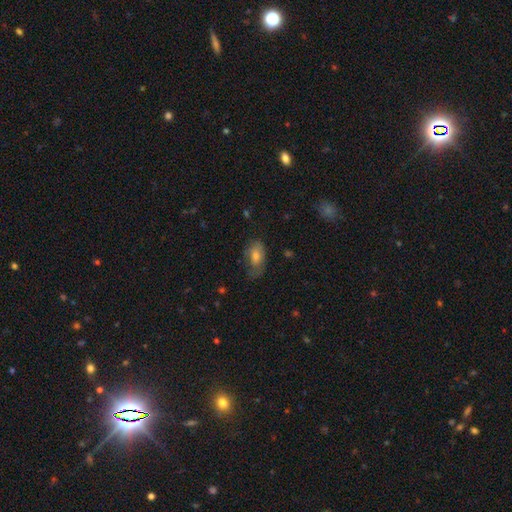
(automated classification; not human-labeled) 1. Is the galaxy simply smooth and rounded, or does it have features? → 61% smooth, 27% featured or disk, 11% star or artifact.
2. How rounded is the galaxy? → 88% in between, 7% round, 4% cigar-shaped.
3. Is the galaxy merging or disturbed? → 56% none, 29% minor disturbance, 13% major disturbance, 2% merger.